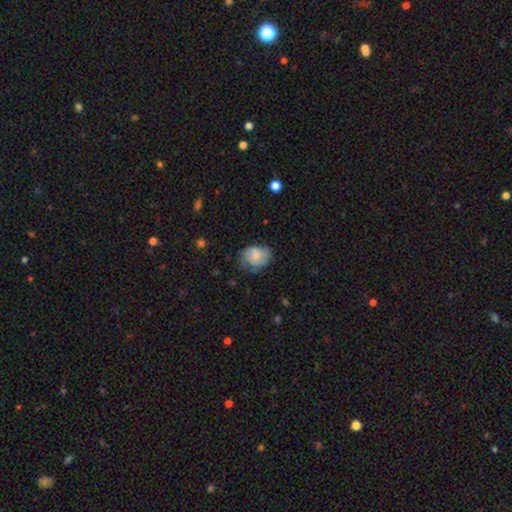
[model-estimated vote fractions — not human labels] smooth-or-featured: smooth: 64% | featured or disk: 28% | star or artifact: 7%
  how-rounded: in between: 52% | round: 47% | cigar-shaped: 1%
  merging: none: 56% | minor disturbance: 31% | major disturbance: 11% | merger: 1%